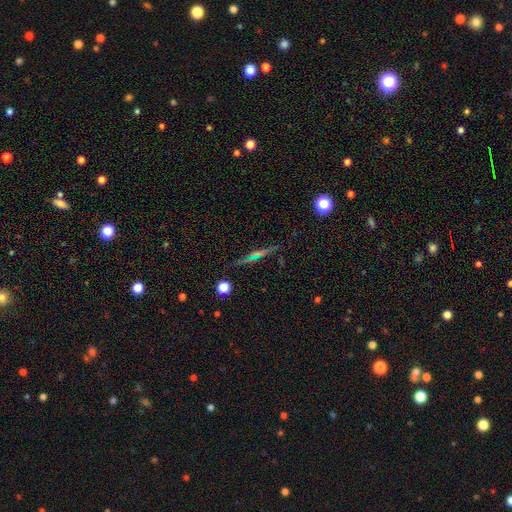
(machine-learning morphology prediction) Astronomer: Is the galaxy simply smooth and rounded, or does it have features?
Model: featured or disk — 49% (runner-up: smooth, 30%).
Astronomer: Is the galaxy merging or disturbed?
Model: none — 84%.